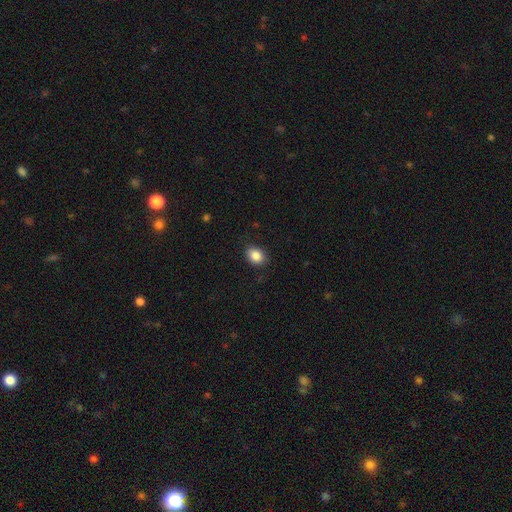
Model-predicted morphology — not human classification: Q: Smooth or featured?
A: smooth (86%); runner-up: star or artifact (9%)
Q: How rounded?
A: in between (63%); runner-up: round (36%)
Q: Merging?
A: none (86%); runner-up: minor disturbance (11%)